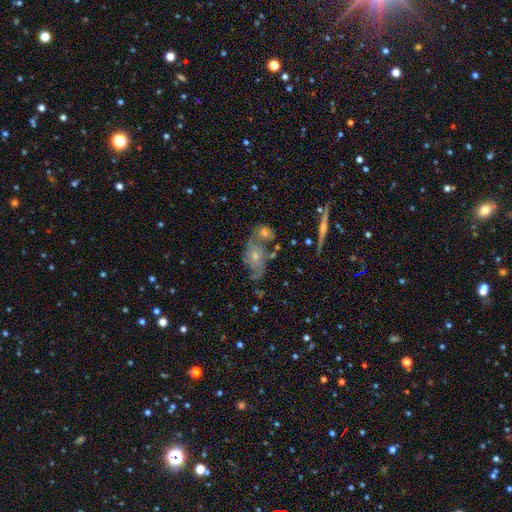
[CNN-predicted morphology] Smooth or featured?
  - featured or disk: 69% *
  - smooth: 19%
  - star or artifact: 12%
Edge-on disk?
  - no: 86% *
  - yes: 14%
Bar?
  - no: 78% *
  - weak: 18%
  - strong: 4%
Spiral arms?
  - yes: 80% *
  - no: 20%
Bulge size?
  - small: 56% *
  - moderate: 37%
  - none: 3%
  - large: 2%
  - dominant: 1%
Merging?
  - none: 48% *
  - merger: 21%
  - minor disturbance: 19%
  - major disturbance: 11%